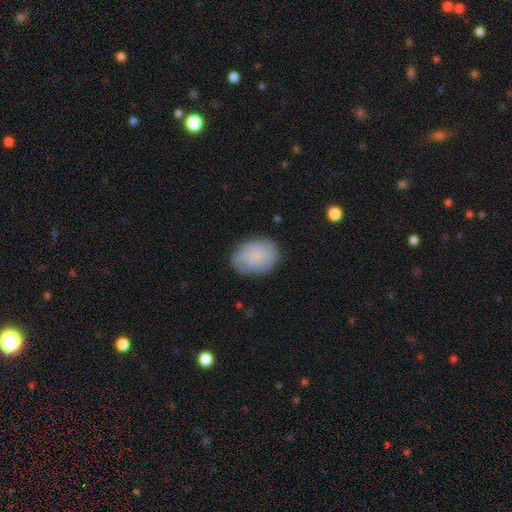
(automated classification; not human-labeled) Overall: smooth (68%). How rounded: in between (72%). Merging: none (75%).